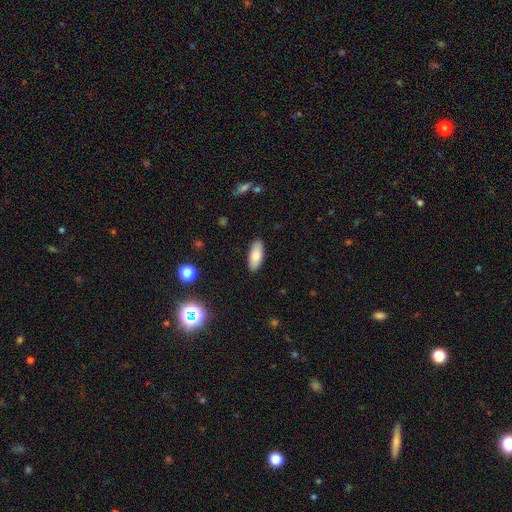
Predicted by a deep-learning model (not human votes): The model was most divided on "how rounded": in between: 81%, cigar-shaped: 17%, round: 2%. More confident: merging — none (89%); smooth or featured — smooth (83%).